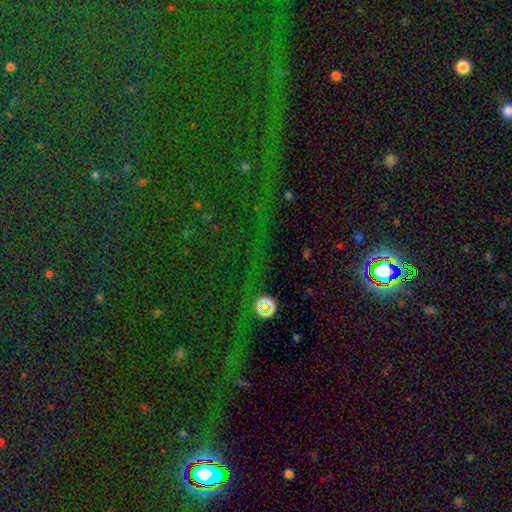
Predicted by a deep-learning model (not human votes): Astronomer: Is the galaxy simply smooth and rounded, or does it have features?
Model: star or artifact — 79%.